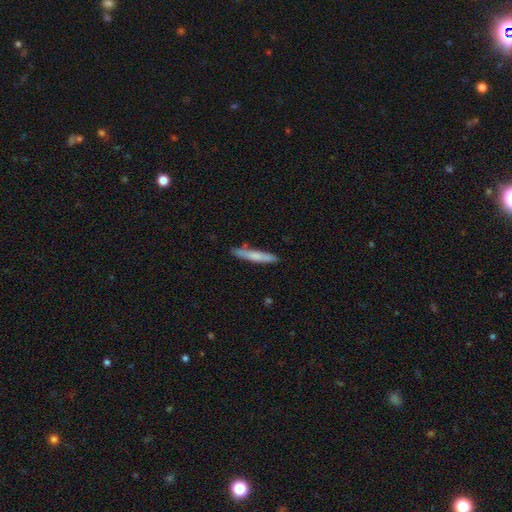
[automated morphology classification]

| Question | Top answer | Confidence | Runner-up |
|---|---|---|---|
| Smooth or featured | smooth | 66% | featured or disk (28%) |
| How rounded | cigar-shaped | 94% | in between (5%) |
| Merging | none | 83% | minor disturbance (13%) |